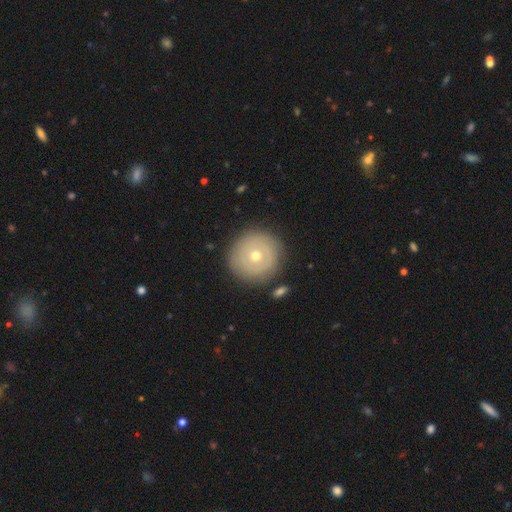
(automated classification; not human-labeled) The model was most divided on "smooth or featured": featured or disk: 48%, smooth: 44%, star or artifact: 8%. More confident: merging — none (86%).